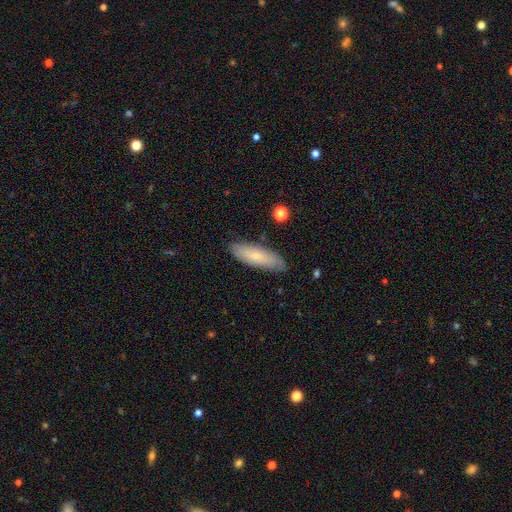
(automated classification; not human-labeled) This is likely a smooth galaxy (65%). How rounded: possibly cigar-shaped (55%). Merging: clearly none (85%).